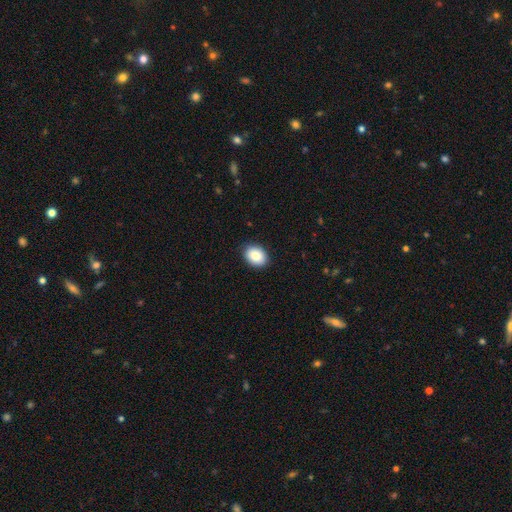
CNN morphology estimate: smooth 87%, star or artifact 7%, featured or disk 5%. Down the decision tree: how rounded — in between (72%); merging — none (89%).